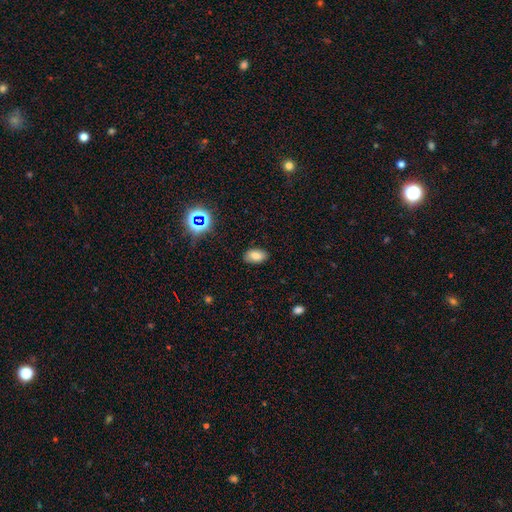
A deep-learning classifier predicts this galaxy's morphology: Q: Smooth or featured?
A: smooth (77%); runner-up: star or artifact (14%)
Q: How rounded?
A: in between (92%); runner-up: round (6%)
Q: Merging?
A: none (86%); runner-up: minor disturbance (11%)